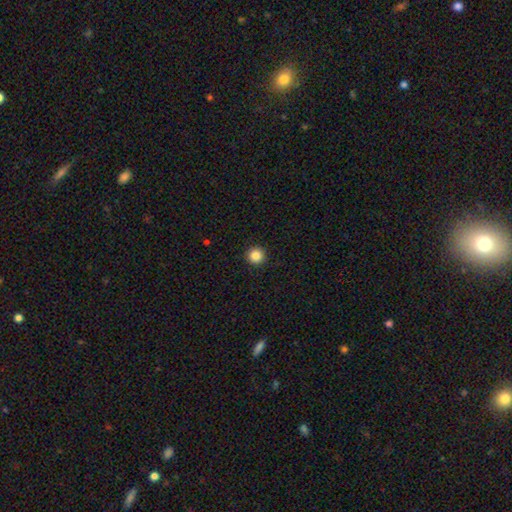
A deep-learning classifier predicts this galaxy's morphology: Smooth or featured? smooth (85%)
How rounded? round (96%)
Merging? none (94%)